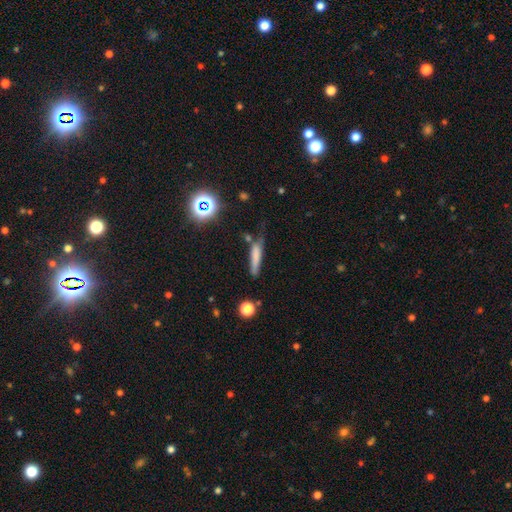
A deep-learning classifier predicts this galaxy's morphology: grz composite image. It shows a smooth galaxy with no disk features (69%) that is cigar-shaped (83%). Merging: none (49%).